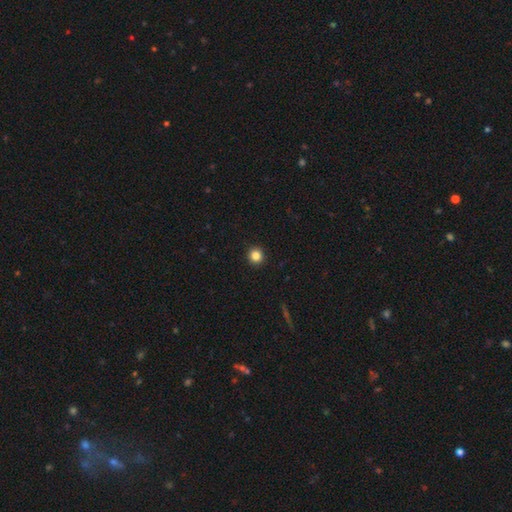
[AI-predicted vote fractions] smooth_or_featured: smooth (p=0.84) [alt: star or artifact p=0.12]
how_rounded: round (p=0.94) [alt: in between p=0.05]
merging: none (p=0.94) [alt: minor disturbance p=0.04]